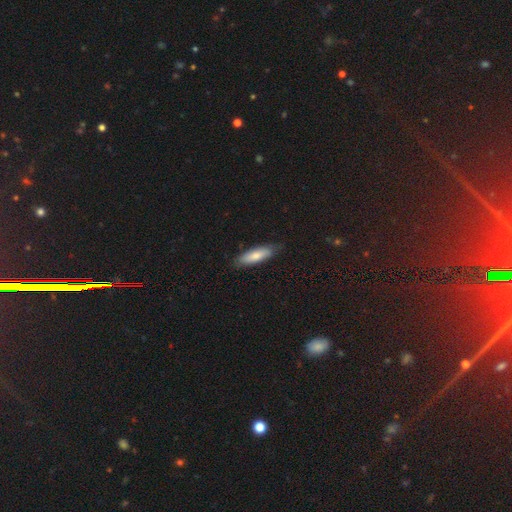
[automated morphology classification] Smooth or featured? Predicted: smooth (p=0.75). How rounded? Predicted: cigar-shaped (p=0.54). Merging? Predicted: none (p=0.81).